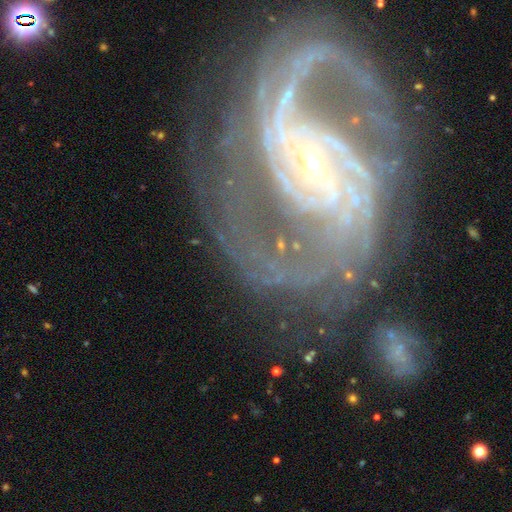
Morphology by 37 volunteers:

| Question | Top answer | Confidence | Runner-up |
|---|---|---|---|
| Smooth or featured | featured or disk | 89% | smooth (8%) |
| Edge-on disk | no | 100% | — |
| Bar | weak | 36% | strong (33%) |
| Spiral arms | yes | 100% | — |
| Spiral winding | medium | 70% | loose (21%) |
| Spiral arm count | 2 | 82% | 4 (9%) |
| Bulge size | small | 70% | moderate (27%) |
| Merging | none | 64% | minor disturbance (25%) |